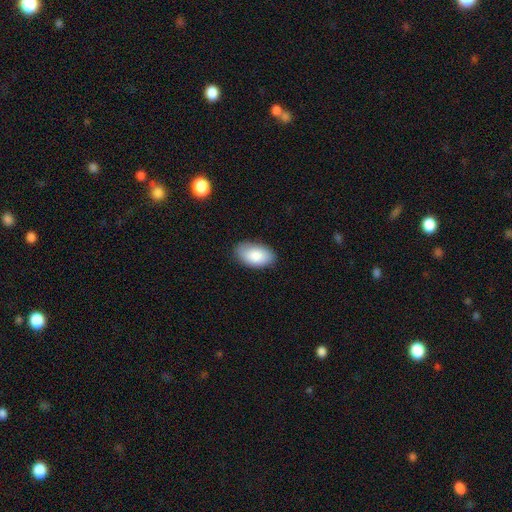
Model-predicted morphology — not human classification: smooth-or-featured: smooth: 85% | featured or disk: 9% | star or artifact: 6%
  how-rounded: in between: 95% | round: 4% | cigar-shaped: 1%
  merging: none: 84% | minor disturbance: 12% | major disturbance: 2% | merger: 1%